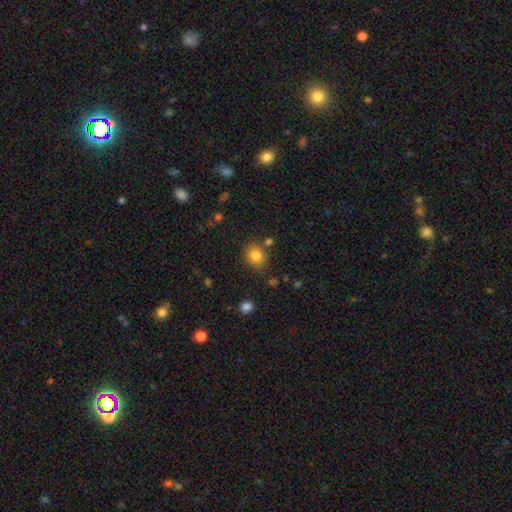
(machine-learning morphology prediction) This appears to be a smooth galaxy with no disk features (83%) that is round (66%). Merging: none (77%).